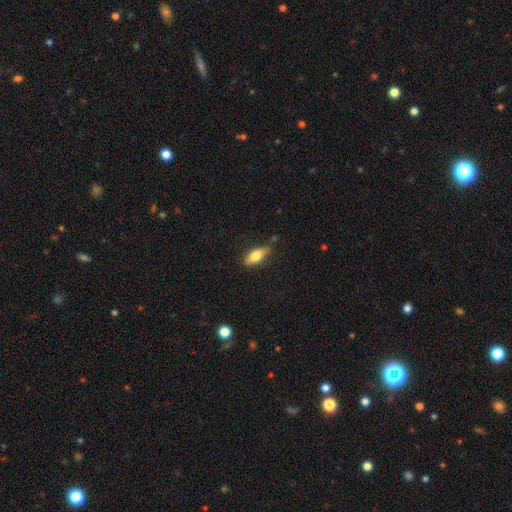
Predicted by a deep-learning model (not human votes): Smooth or featured? smooth (66%)
How rounded? in between (71%)
Merging? none (78%)